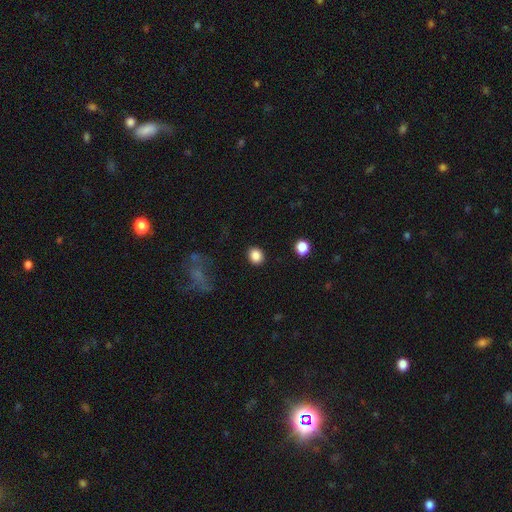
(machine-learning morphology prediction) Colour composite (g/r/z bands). It shows a smooth galaxy with no disk features (87%) that is round (69%). Merging: none (88%).